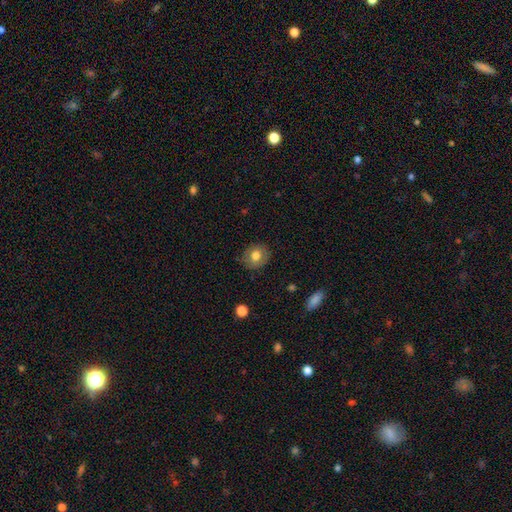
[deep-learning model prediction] This appears to be a smooth galaxy with no disk features (75%) that is round (69%). Merging: none (83%).